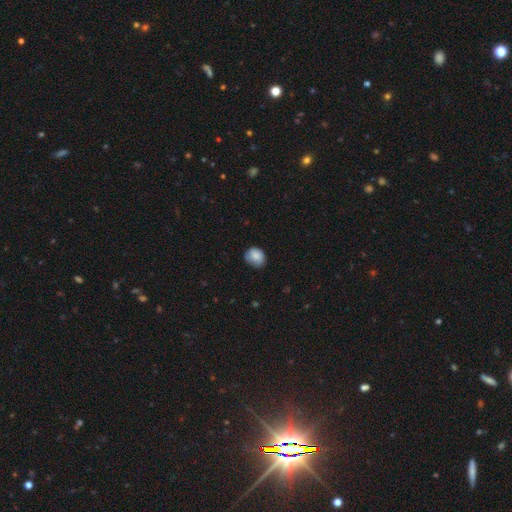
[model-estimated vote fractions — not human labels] smooth 83%, featured or disk 10%, star or artifact 8%. Down the decision tree: how rounded — round (62%); merging — none (67%).